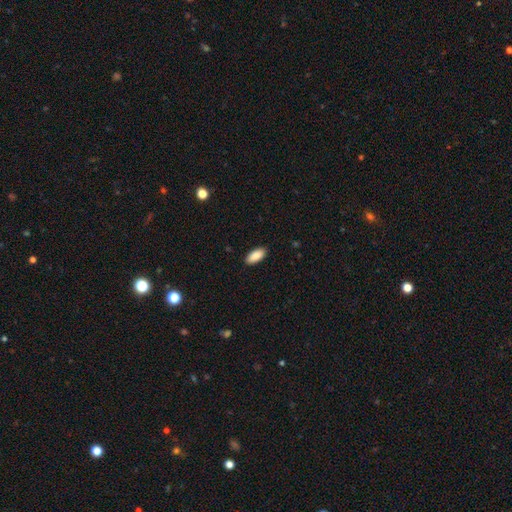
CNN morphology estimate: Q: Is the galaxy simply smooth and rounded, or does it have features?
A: smooth — 89%.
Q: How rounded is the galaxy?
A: in between — 90%.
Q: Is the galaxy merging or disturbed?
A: none — 90%.